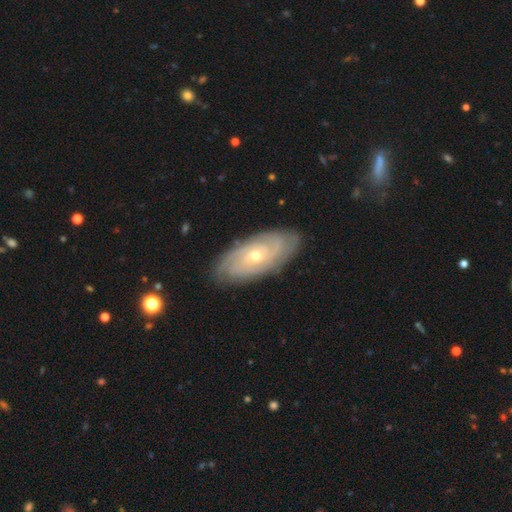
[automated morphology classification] This appears to be a featured or disk galaxy (83%) with no bar (74%), tight (78%) spiral arms (95%) and a small central bulge (51%). Merging: none (84%).